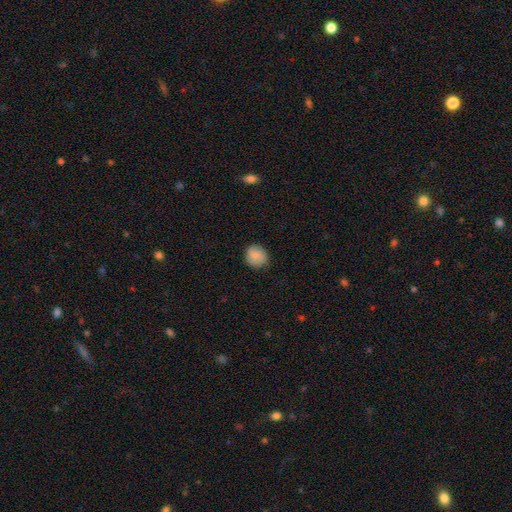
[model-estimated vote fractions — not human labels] smooth_or_featured: smooth (p=0.84) [alt: featured or disk p=0.09]
how_rounded: round (p=0.83) [alt: in between p=0.16]
merging: none (p=0.84) [alt: minor disturbance p=0.12]